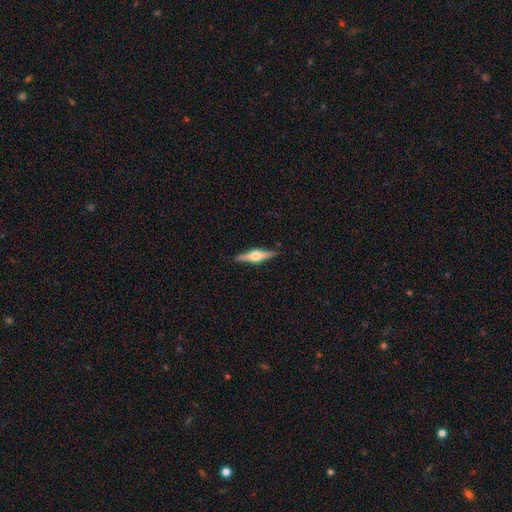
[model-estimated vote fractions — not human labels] smooth_or_featured: featured or disk (p=0.72) [alt: smooth p=0.23]
disk_edge_on: yes (p=0.98) [alt: no p=0.02]
edge_on_bulge: rounded (p=0.95) [alt: boxy p=0.04]
merging: none (p=0.90) [alt: minor disturbance p=0.07]